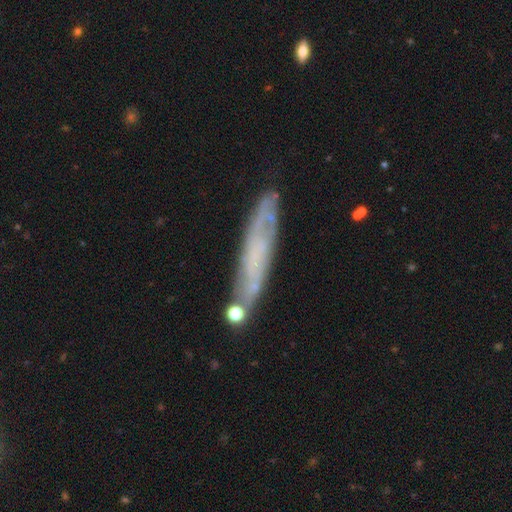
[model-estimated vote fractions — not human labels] Smooth or featured? featured or disk (55%)
Edge-on disk? yes (57%)
Merging? none (75%)